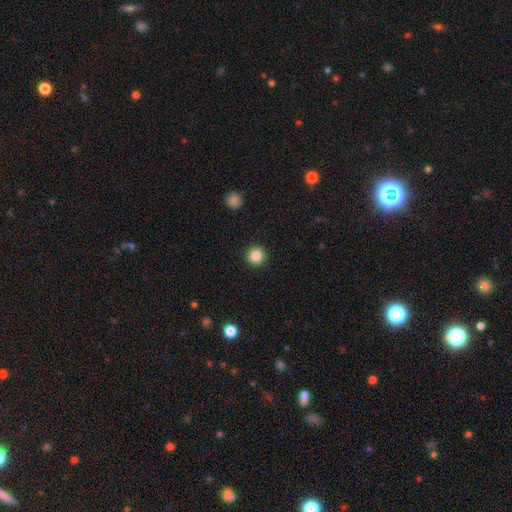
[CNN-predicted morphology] smooth_or_featured: smooth (p=0.85) [alt: star or artifact p=0.11]
how_rounded: round (p=0.96) [alt: in between p=0.03]
merging: none (p=0.93) [alt: minor disturbance p=0.05]